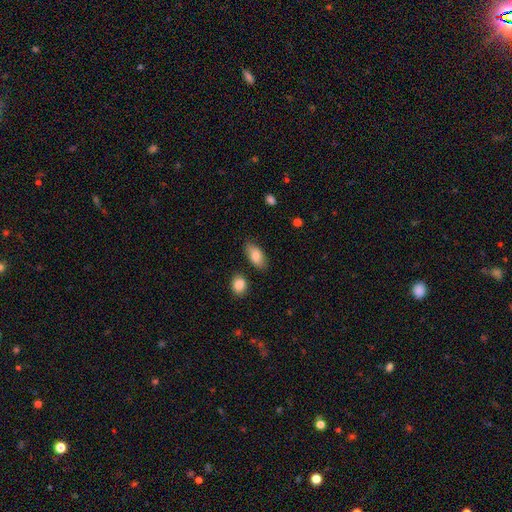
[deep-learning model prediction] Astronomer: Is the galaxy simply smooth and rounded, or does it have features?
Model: smooth — 81%.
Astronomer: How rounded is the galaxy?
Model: in between — 90%.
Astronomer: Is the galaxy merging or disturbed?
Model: none — 81%.